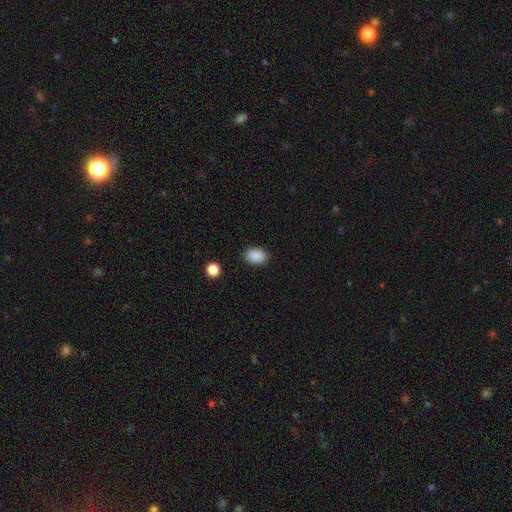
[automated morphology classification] type=smooth (89%); roundness=in between (74%); merging=none (87%).